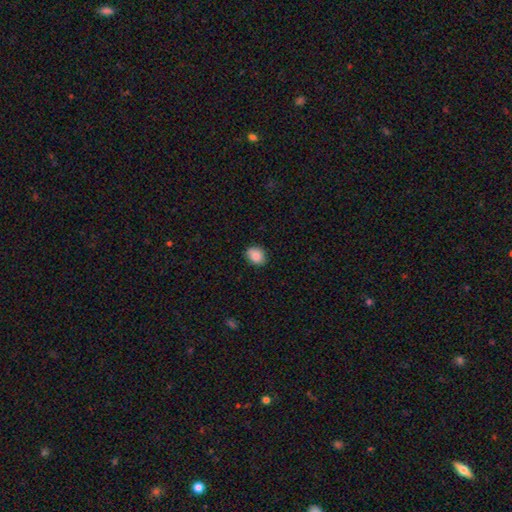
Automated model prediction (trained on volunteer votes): smooth 86%, star or artifact 8%, featured or disk 5%. Down the decision tree: how rounded — round (54%); merging — none (84%).